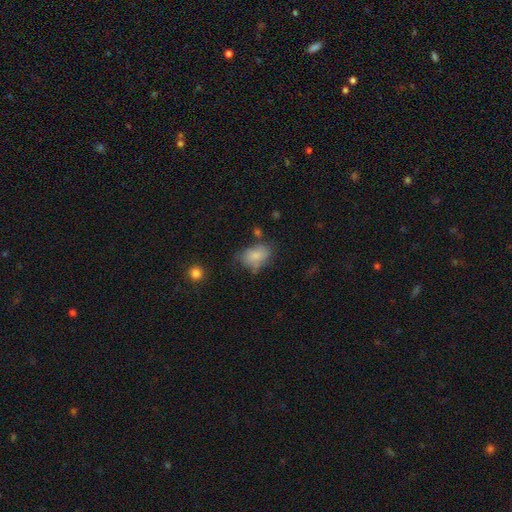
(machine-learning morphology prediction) smooth_or_featured: smooth (p=0.79) [alt: featured or disk p=0.12]
how_rounded: in between (p=0.80) [alt: round p=0.18]
merging: none (p=0.49) [alt: minor disturbance p=0.31]